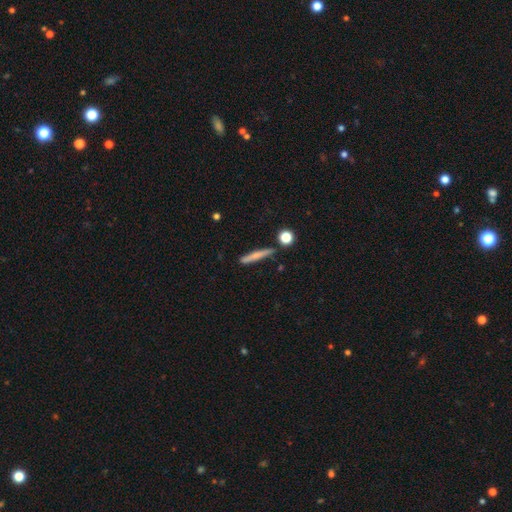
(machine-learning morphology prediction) This appears to be a smooth galaxy with no disk features (64%) that is cigar-shaped (91%). Merging: none (82%).